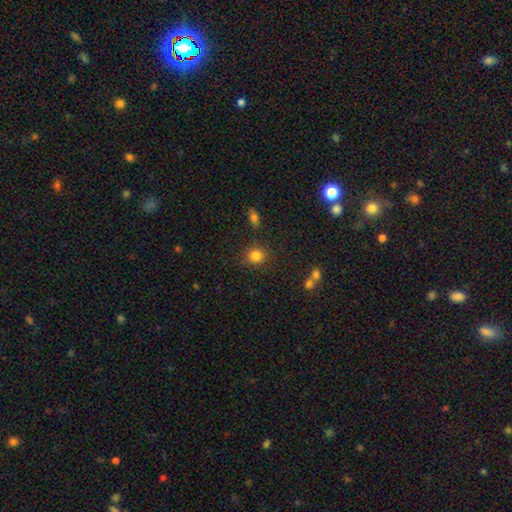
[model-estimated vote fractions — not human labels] A smooth galaxy with no disk features (82%) that is round (87%). Merging: none (82%).